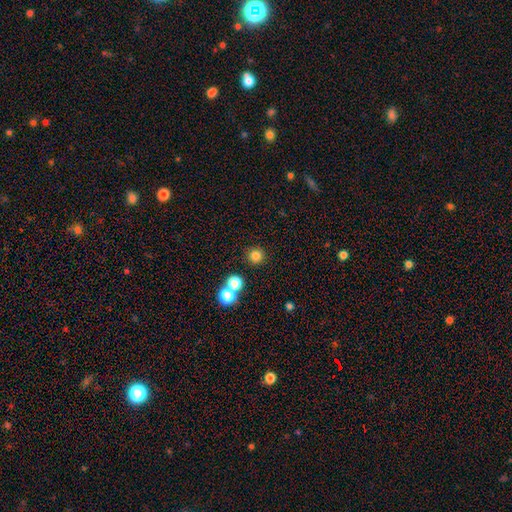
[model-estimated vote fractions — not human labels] smooth-or-featured: smooth: 79% | star or artifact: 15% | featured or disk: 5%
  how-rounded: round: 95% | in between: 4% | cigar-shaped: 1%
  merging: none: 84% | merger: 8% | minor disturbance: 5% | major disturbance: 2%